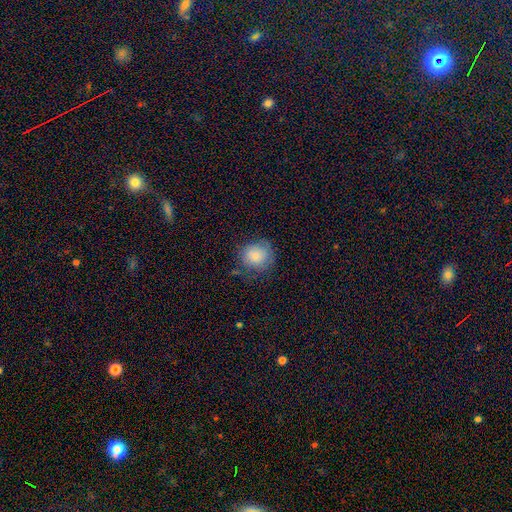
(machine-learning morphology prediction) smooth 79%, featured or disk 13%, star or artifact 8%. Down the decision tree: how rounded — round (83%); merging — none (64%).